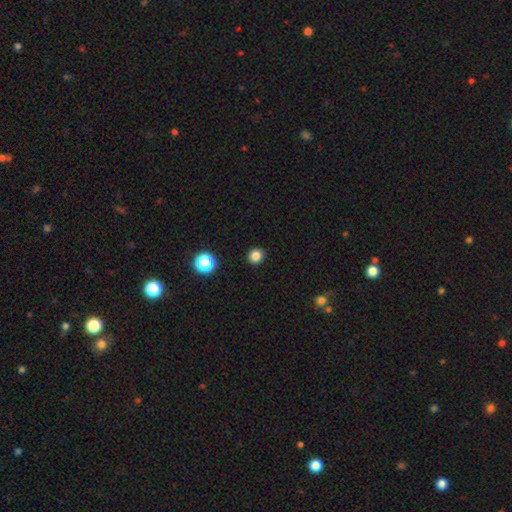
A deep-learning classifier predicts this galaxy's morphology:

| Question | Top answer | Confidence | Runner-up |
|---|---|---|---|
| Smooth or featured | smooth | 84% | star or artifact (13%) |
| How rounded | round | 81% | in between (18%) |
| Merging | none | 91% | minor disturbance (6%) |